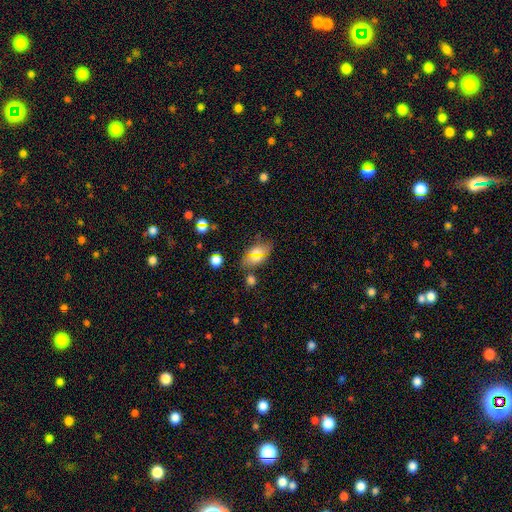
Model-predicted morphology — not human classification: Smooth or featured? smooth (64%)
How rounded? in between (86%)
Merging? none (77%)